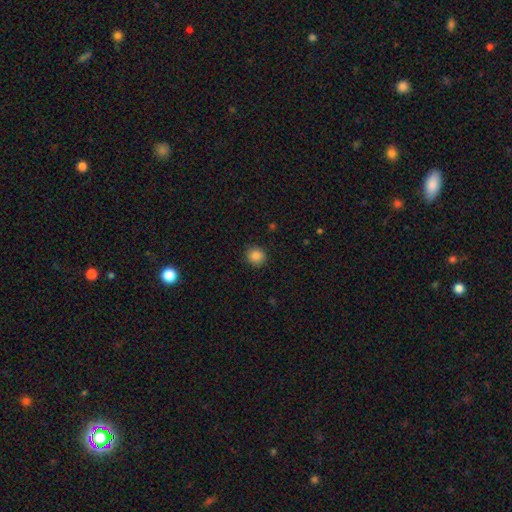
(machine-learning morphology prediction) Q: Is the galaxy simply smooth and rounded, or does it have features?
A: smooth — 86%.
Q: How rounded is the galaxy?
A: round — 88%.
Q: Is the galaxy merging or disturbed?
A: none — 91%.